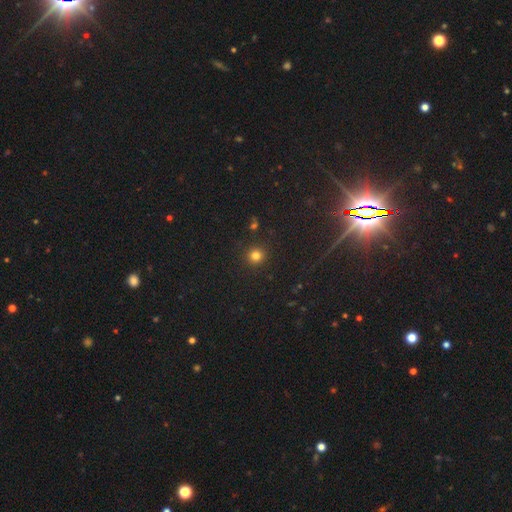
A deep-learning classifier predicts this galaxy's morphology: A smooth galaxy with no disk features (79%) that is round (92%). Merging: none (91%).